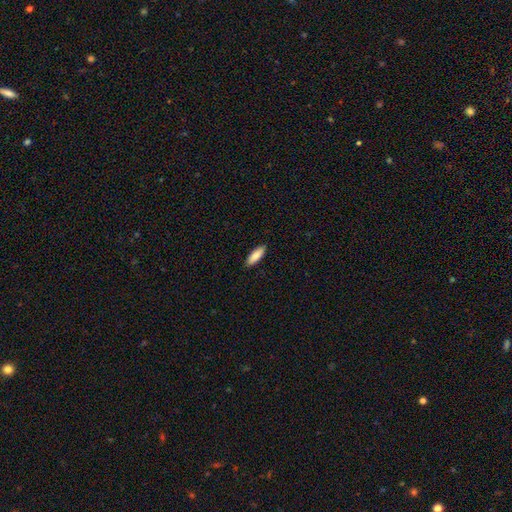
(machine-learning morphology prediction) Smooth or featured?
  - smooth: 84% *
  - featured or disk: 10%
  - star or artifact: 6%
How rounded?
  - in between: 51% *
  - cigar-shaped: 48%
  - round: 2%
Merging?
  - none: 90% *
  - minor disturbance: 7%
  - major disturbance: 2%
  - merger: 1%